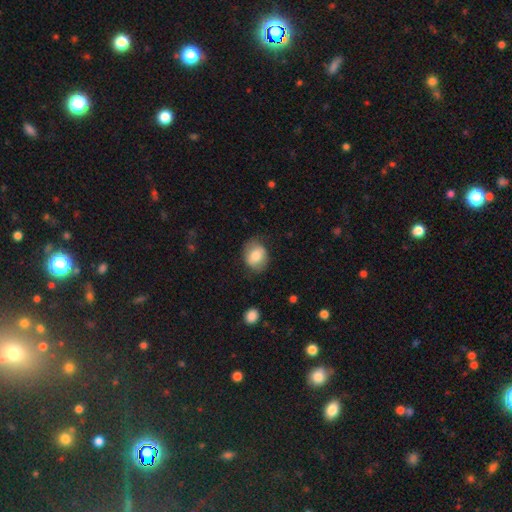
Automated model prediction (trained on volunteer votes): Q: Smooth or featured?
A: smooth (73%); runner-up: featured or disk (19%)
Q: How rounded?
A: in between (50%); runner-up: round (49%)
Q: Merging?
A: none (70%); runner-up: minor disturbance (21%)